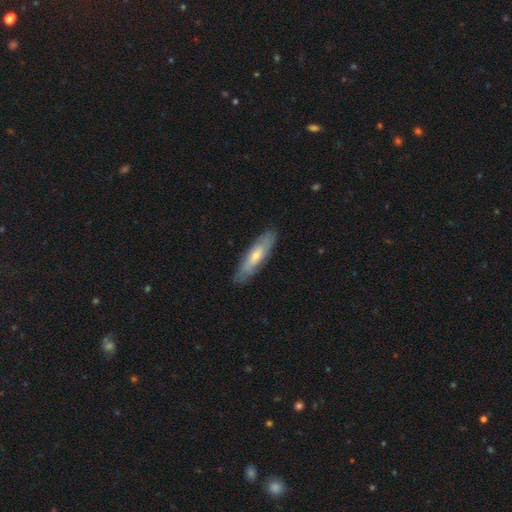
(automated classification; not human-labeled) Overall: smooth (49%; featured or disk 45%). Merging: none (86%).